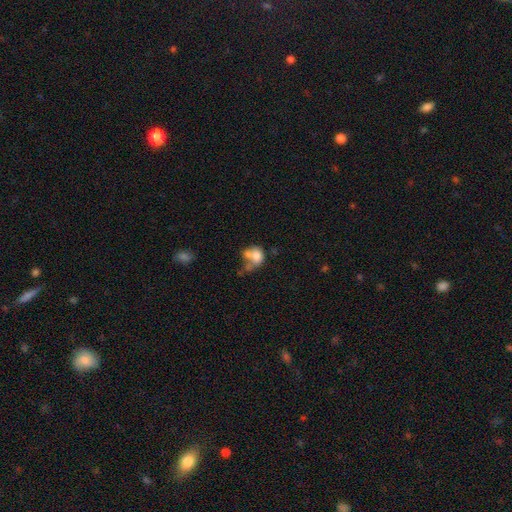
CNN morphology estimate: The model was most divided on "how rounded": in between: 52%, round: 47%, cigar-shaped: 1%. Remaining: smooth or featured — smooth (69%); merging — merger (46%).